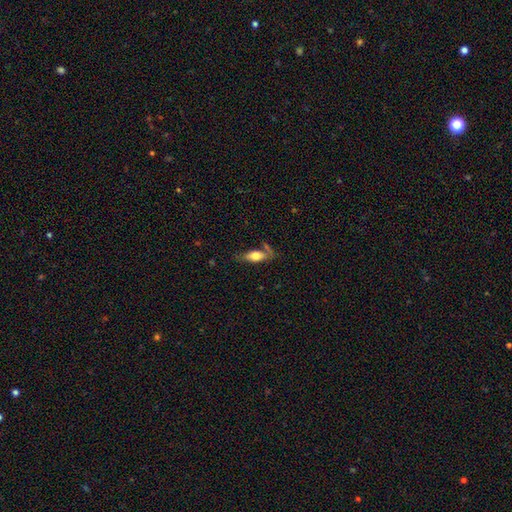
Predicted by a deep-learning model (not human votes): Smooth or featured? smooth (68%)
How rounded? in between (73%)
Merging? none (59%)